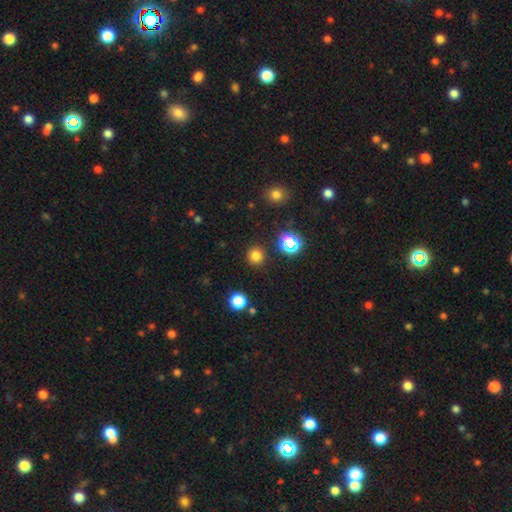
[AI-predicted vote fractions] The model was most divided on "smooth or featured": smooth: 76%, star or artifact: 19%, featured or disk: 5%. More confident: how rounded — round (94%); merging — none (90%).